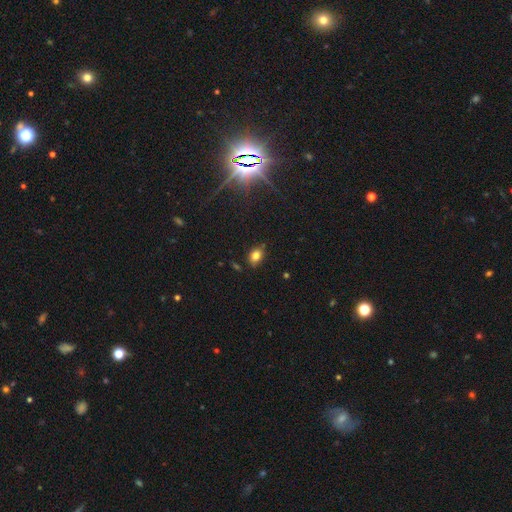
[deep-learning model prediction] This appears to be a smooth galaxy with no disk features (79%) that is in between round and cigar-shaped (67%). Merging: none (79%).